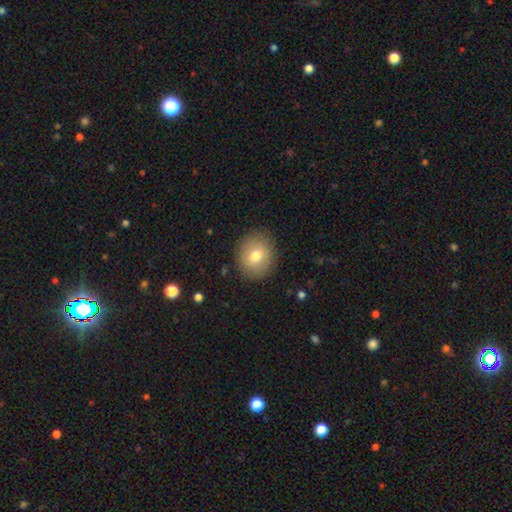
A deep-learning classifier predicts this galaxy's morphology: The model was most divided on "how rounded": round: 70%, in between: 29%, cigar-shaped: 1%. More confident: merging — none (87%); smooth or featured — smooth (74%).